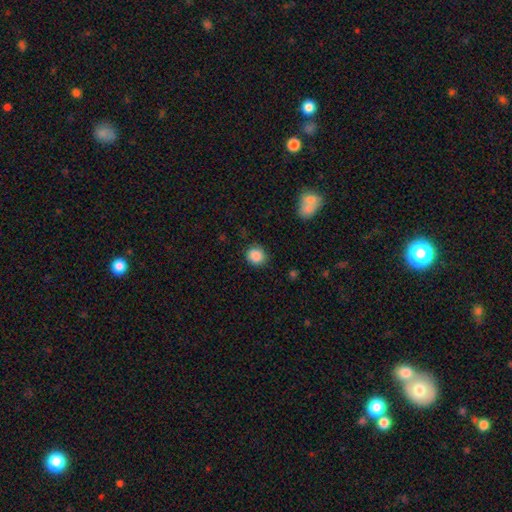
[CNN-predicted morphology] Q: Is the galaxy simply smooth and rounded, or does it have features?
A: smooth — 88%.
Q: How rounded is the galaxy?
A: round — 85%.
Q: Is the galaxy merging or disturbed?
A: none — 84%.